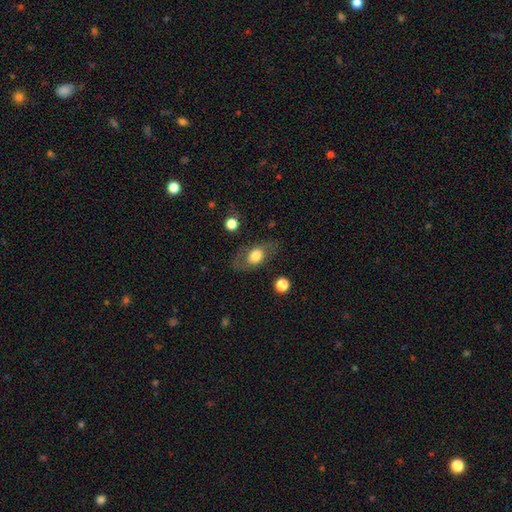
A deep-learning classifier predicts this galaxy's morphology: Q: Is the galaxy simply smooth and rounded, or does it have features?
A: smooth — 65%.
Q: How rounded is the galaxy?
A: in between — 78%.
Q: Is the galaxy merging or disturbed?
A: none — 72%.